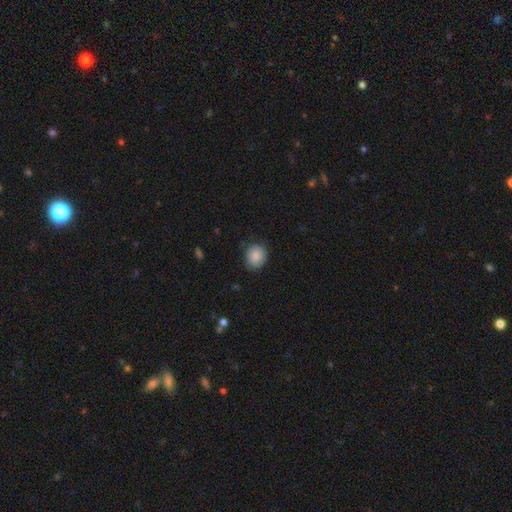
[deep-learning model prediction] Smooth or featured?
  - smooth: 86% *
  - star or artifact: 7%
  - featured or disk: 6%
How rounded?
  - round: 68% *
  - in between: 31%
  - cigar-shaped: 1%
Merging?
  - none: 79% *
  - minor disturbance: 17%
  - major disturbance: 3%
  - merger: 1%